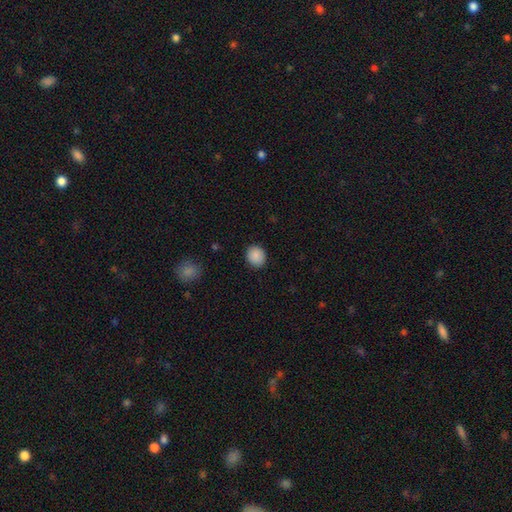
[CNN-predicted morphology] smooth_or_featured: smooth (p=0.89) [alt: star or artifact p=0.08]
how_rounded: round (p=0.73) [alt: in between p=0.26]
merging: none (p=0.89) [alt: minor disturbance p=0.08]